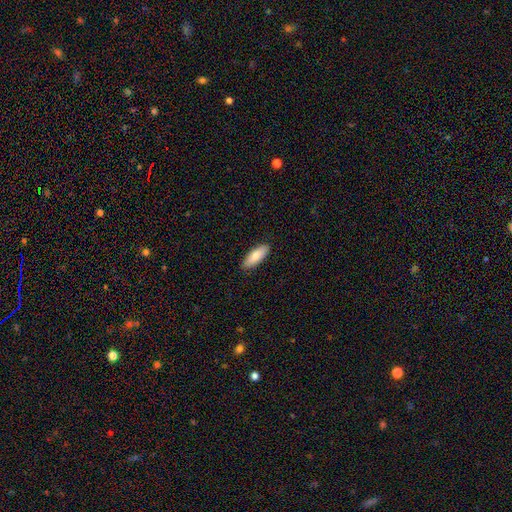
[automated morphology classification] Smooth or featured: smooth — 82% (featured or disk — 13%)
How rounded: in between — 67% (cigar-shaped — 31%)
Merging: none — 90% (minor disturbance — 8%)